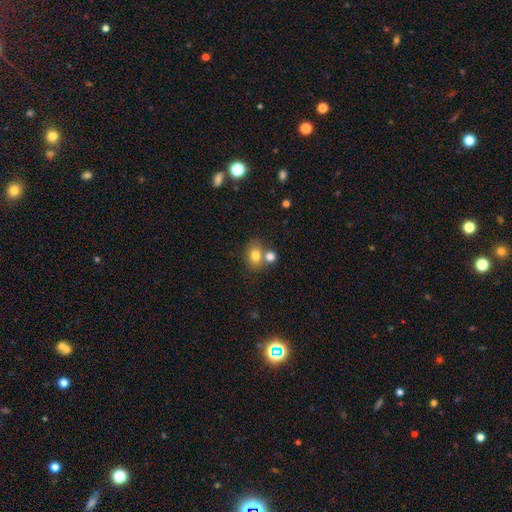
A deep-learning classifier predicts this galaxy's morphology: Smooth or featured?
  - smooth: 77% *
  - featured or disk: 12%
  - star or artifact: 11%
How rounded?
  - in between: 52% *
  - round: 47%
  - cigar-shaped: 1%
Merging?
  - none: 52% *
  - merger: 33%
  - minor disturbance: 11%
  - major disturbance: 4%